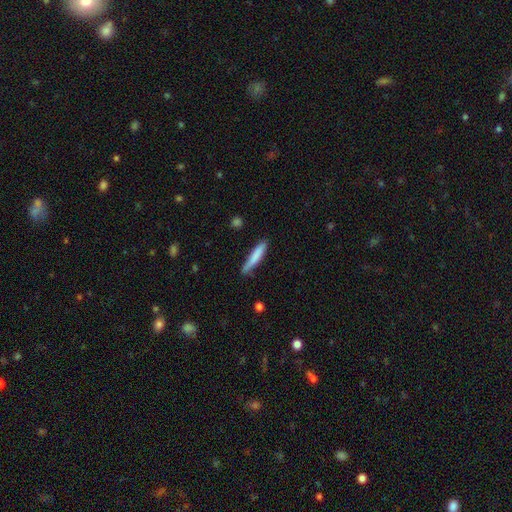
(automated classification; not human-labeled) smooth-or-featured: smooth: 79% | featured or disk: 15% | star or artifact: 6%
  how-rounded: cigar-shaped: 90% | in between: 9% | round: 1%
  merging: none: 73% | minor disturbance: 21% | major disturbance: 4% | merger: 2%